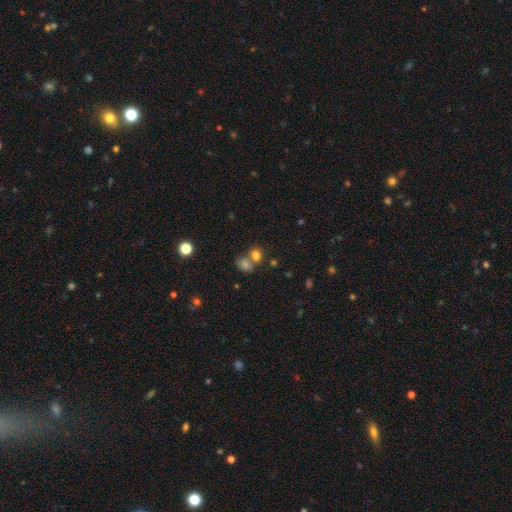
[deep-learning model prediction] Q: Smooth or featured?
A: smooth (76%); runner-up: star or artifact (14%)
Q: How rounded?
A: round (55%); runner-up: in between (44%)
Q: Merging?
A: merger (46%); runner-up: none (42%)